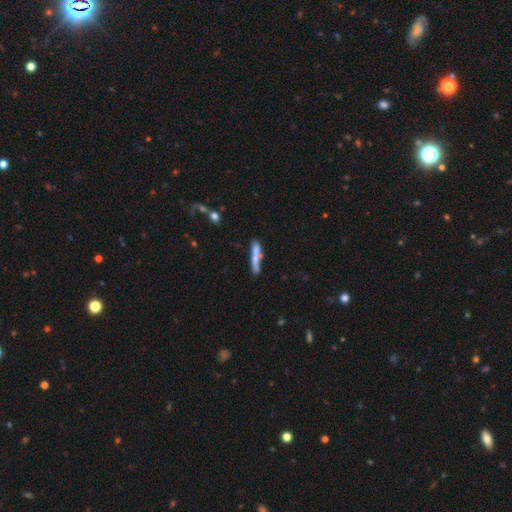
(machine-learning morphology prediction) A smooth galaxy with no disk features (60%) that is cigar-shaped (85%). Merging: none (47%).